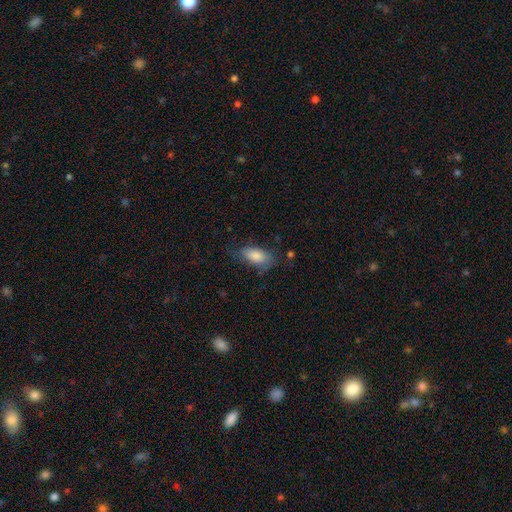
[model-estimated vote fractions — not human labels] Q: Smooth or featured?
A: smooth (81%); runner-up: featured or disk (11%)
Q: How rounded?
A: in between (89%); runner-up: cigar-shaped (7%)
Q: Merging?
A: none (63%); runner-up: minor disturbance (26%)